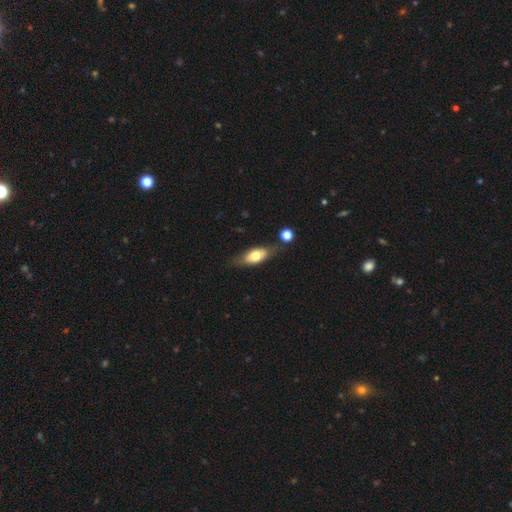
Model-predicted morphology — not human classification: This is likely a smooth galaxy (60%). How rounded: likely in between (75%). Merging: likely none (66%).